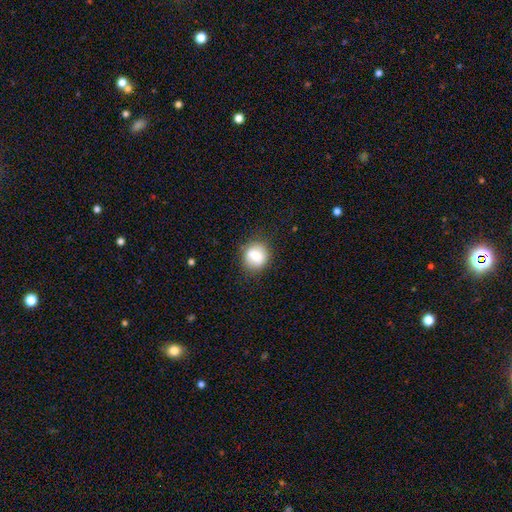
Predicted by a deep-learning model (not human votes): Smooth or featured: smooth — 71% (featured or disk — 20%)
How rounded: round — 76% (in between — 23%)
Merging: none — 80% (minor disturbance — 14%)